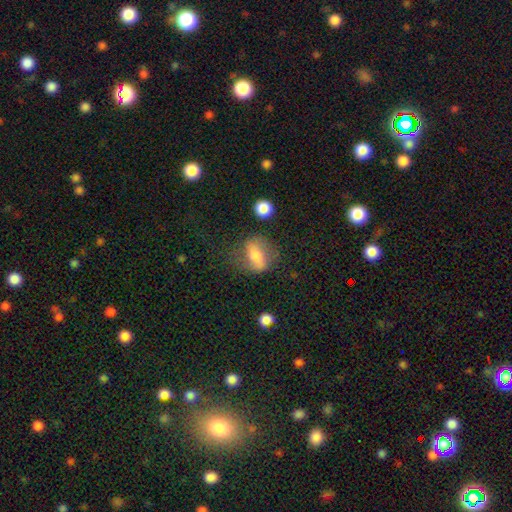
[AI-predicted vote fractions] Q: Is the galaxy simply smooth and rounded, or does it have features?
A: smooth — 58%.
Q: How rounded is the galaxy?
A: in between — 72%.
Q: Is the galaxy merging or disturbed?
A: none — 54%.